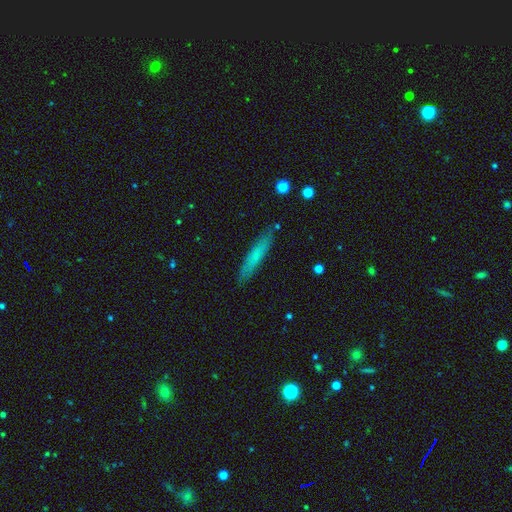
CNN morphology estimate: smooth 66%, featured or disk 27%, star or artifact 7%. Down the decision tree: how rounded — cigar-shaped (92%); merging — none (88%).